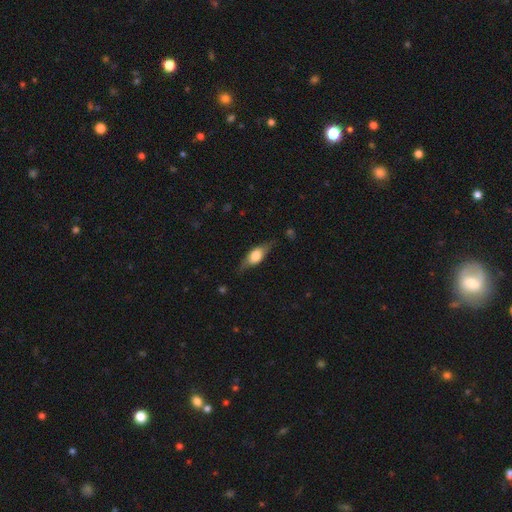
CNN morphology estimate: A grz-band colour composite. It shows a smooth galaxy with no disk features (47%). Merging: none (75%).